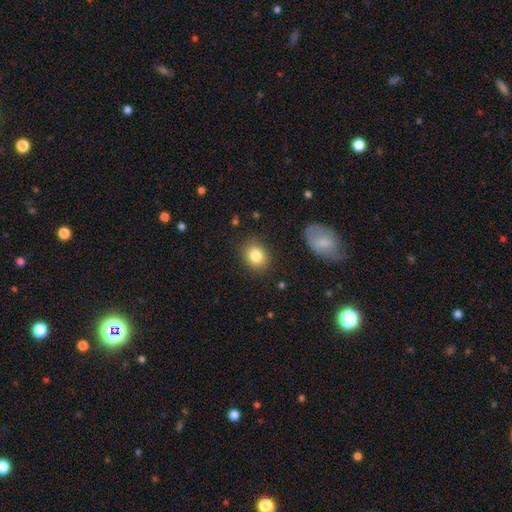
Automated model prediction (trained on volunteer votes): A smooth galaxy with no disk features (83%) that is round (60%).

Vote fractions:
- Smooth or featured? smooth: 83% / star or artifact: 9% / featured or disk: 8%
- How rounded? round: 60% / in between: 39% / cigar-shaped: 1%
- Merging? none: 85% / minor disturbance: 11% / major disturbance: 3% / merger: 2%